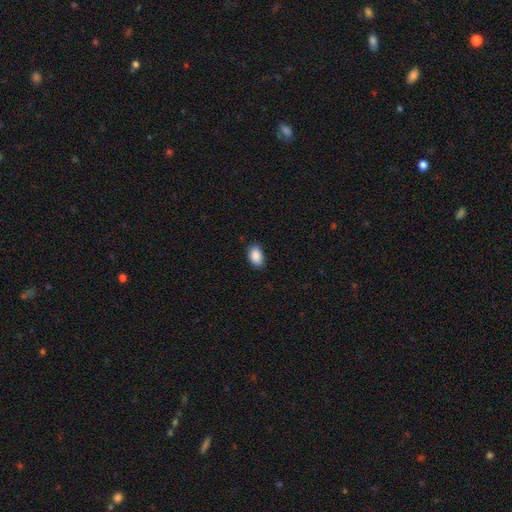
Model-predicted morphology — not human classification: Smooth or featured: smooth — 90% (star or artifact — 7%)
How rounded: in between — 91% (round — 8%)
Merging: none — 83% (minor disturbance — 14%)